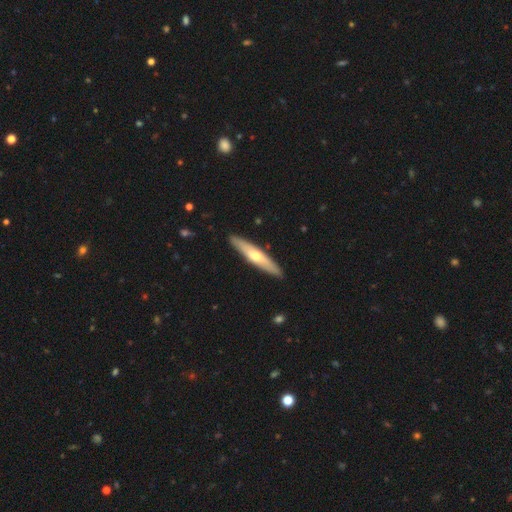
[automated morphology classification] Smooth or featured?
  - featured or disk: 51% *
  - smooth: 44%
  - star or artifact: 5%
Edge-on disk?
  - yes: 87% *
  - no: 13%
Merging?
  - none: 90% *
  - minor disturbance: 7%
  - major disturbance: 1%
  - merger: 1%